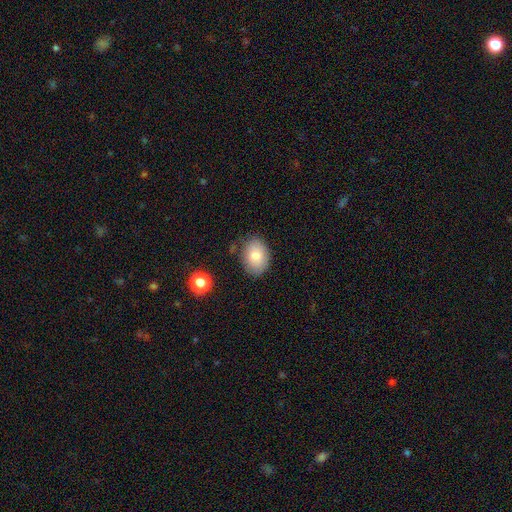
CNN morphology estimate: smooth-or-featured: smooth: 82% | featured or disk: 11% | star or artifact: 8%
  how-rounded: in between: 74% | round: 25% | cigar-shaped: 1%
  merging: none: 79% | minor disturbance: 15% | major disturbance: 3% | merger: 2%